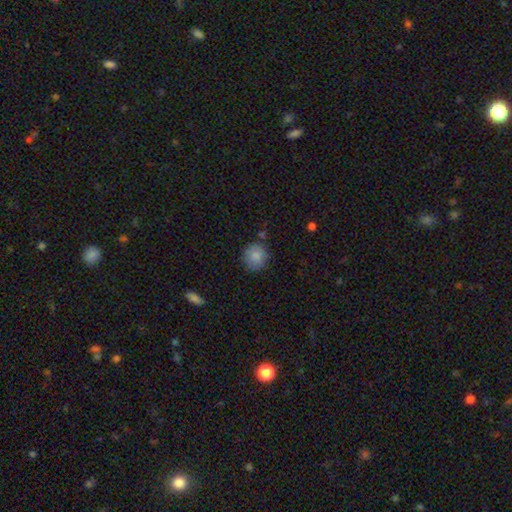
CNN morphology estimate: This is clearly a smooth galaxy (86%). How rounded: clearly round (89%). Merging: clearly none (81%).